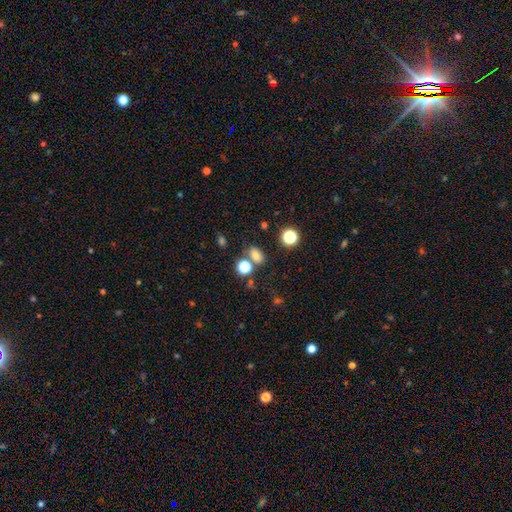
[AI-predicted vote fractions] Q: Smooth or featured?
A: smooth (73%); runner-up: star or artifact (19%)
Q: How rounded?
A: in between (71%); runner-up: round (27%)
Q: Merging?
A: none (68%); runner-up: merger (15%)